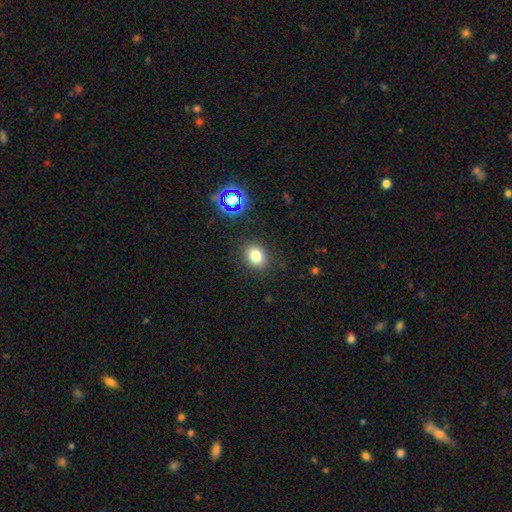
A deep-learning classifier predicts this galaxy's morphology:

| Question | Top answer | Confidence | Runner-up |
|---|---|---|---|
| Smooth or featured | smooth | 78% | star or artifact (14%) |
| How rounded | in between | 56% | round (43%) |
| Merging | none | 86% | minor disturbance (9%) |